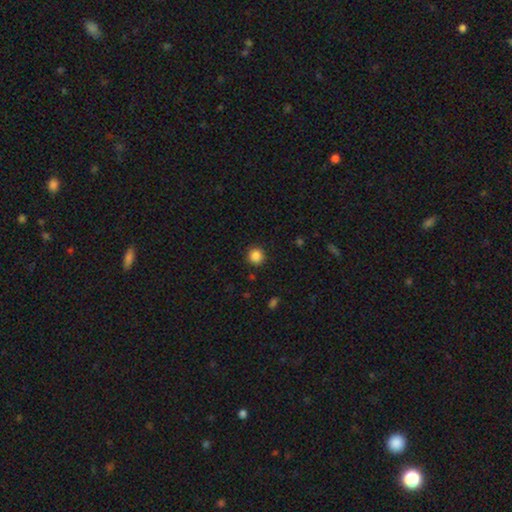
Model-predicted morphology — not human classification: smooth 86%, star or artifact 11%, featured or disk 3%. Down the decision tree: how rounded — round (94%); merging — none (90%).